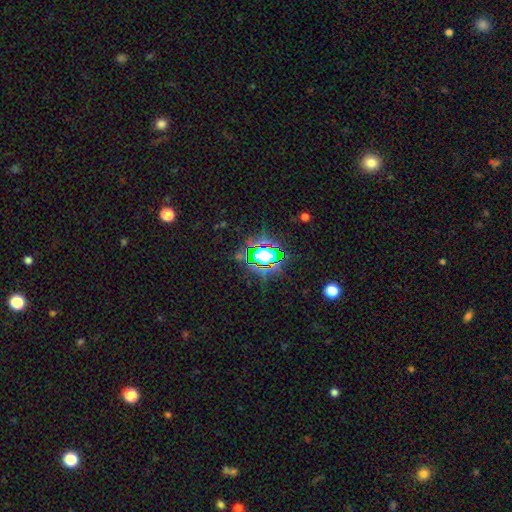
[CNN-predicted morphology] star or artifact 79%, smooth 13%, featured or disk 8%.